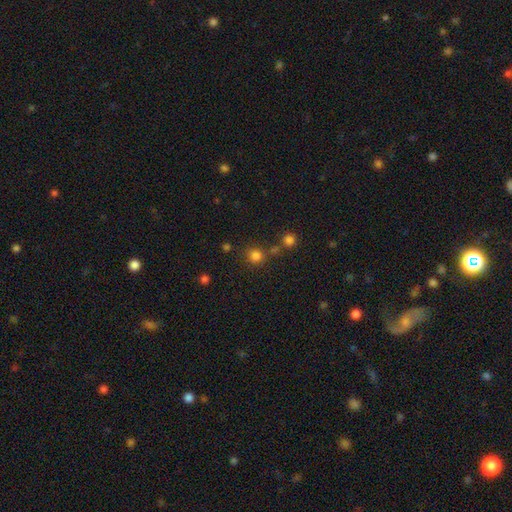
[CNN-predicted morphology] This is likely a smooth galaxy (79%). How rounded: clearly round (91%). Merging: likely none (76%).